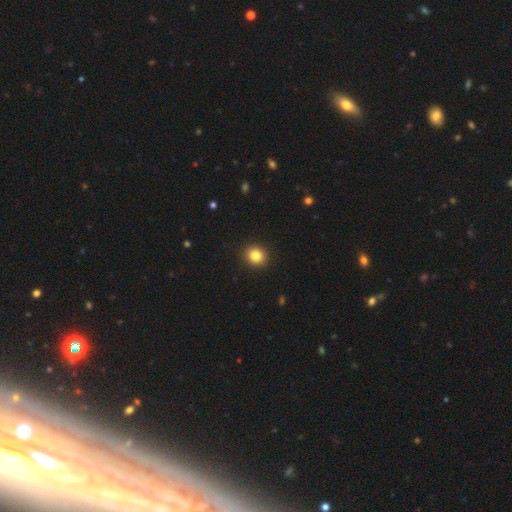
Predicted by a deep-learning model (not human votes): smooth-or-featured: smooth: 84% | star or artifact: 11% | featured or disk: 6%
  how-rounded: round: 83% | in between: 16% | cigar-shaped: 1%
  merging: none: 93% | minor disturbance: 5% | major disturbance: 2% | merger: 1%